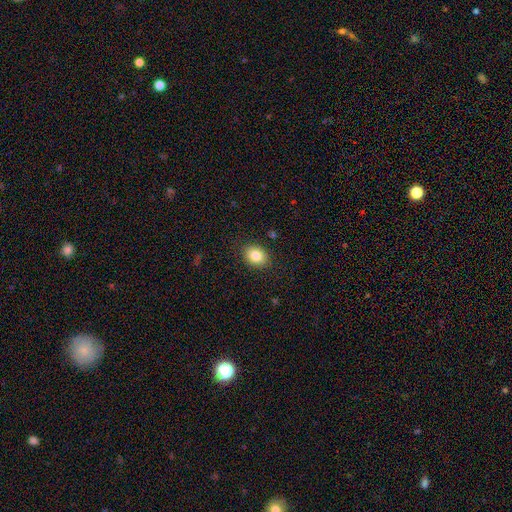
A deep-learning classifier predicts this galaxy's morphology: Q: Smooth or featured?
A: smooth (84%); runner-up: star or artifact (9%)
Q: How rounded?
A: in between (60%); runner-up: round (39%)
Q: Merging?
A: none (88%); runner-up: minor disturbance (9%)